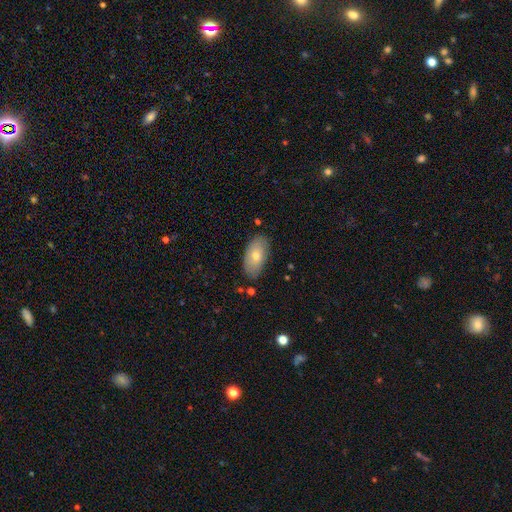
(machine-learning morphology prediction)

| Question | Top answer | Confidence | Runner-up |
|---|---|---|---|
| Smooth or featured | smooth | 69% | featured or disk (23%) |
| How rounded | in between | 92% | cigar-shaped (4%) |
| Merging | none | 83% | minor disturbance (13%) |